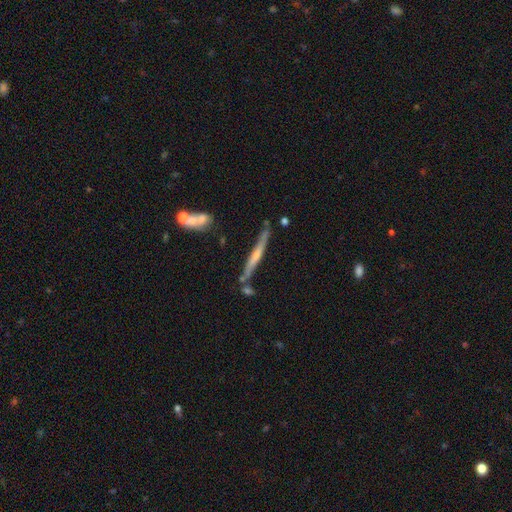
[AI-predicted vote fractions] smooth_or_featured: featured or disk (p=0.64) [alt: smooth p=0.30]
disk_edge_on: yes (p=0.95) [alt: no p=0.05]
edge_on_bulge: rounded (p=0.47) [alt: none p=0.42]
merging: none (p=0.74) [alt: minor disturbance p=0.15]